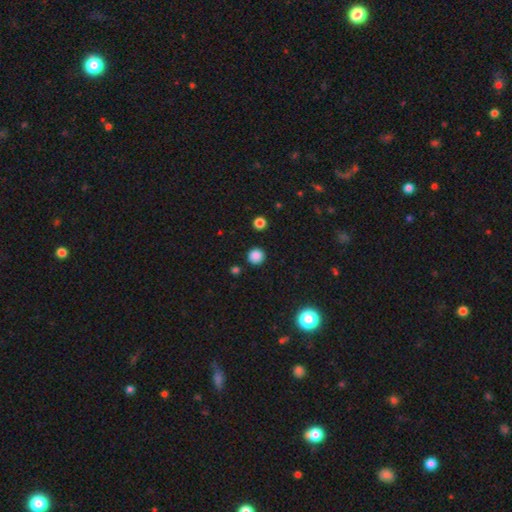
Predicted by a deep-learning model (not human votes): This is clearly a smooth galaxy (85%). How rounded: clearly round (94%). Merging: clearly none (90%).